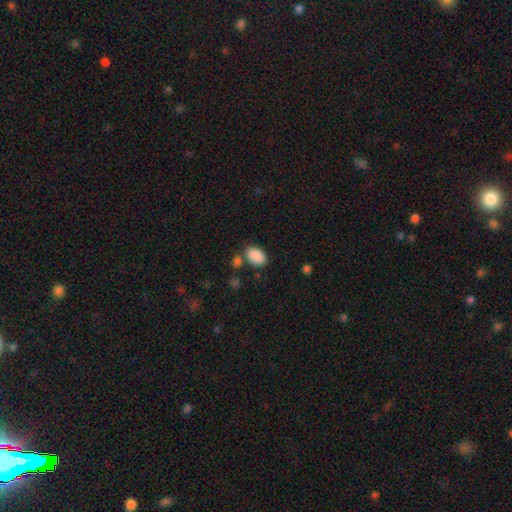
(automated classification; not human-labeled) A smooth galaxy with no disk features (89%) that is in between round and cigar-shaped (89%). Merging: none (70%).